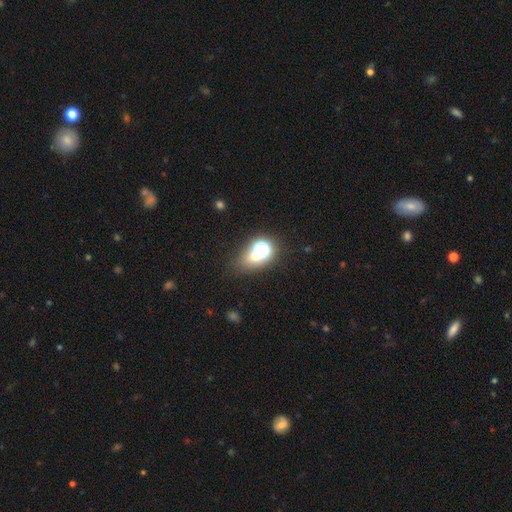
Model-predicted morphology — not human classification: A smooth galaxy with no disk features (46%).

Vote fractions:
- Smooth or featured? smooth: 46% / star or artifact: 40% / featured or disk: 14%
- Merging? none: 57% / merger: 19% / minor disturbance: 14% / major disturbance: 10%